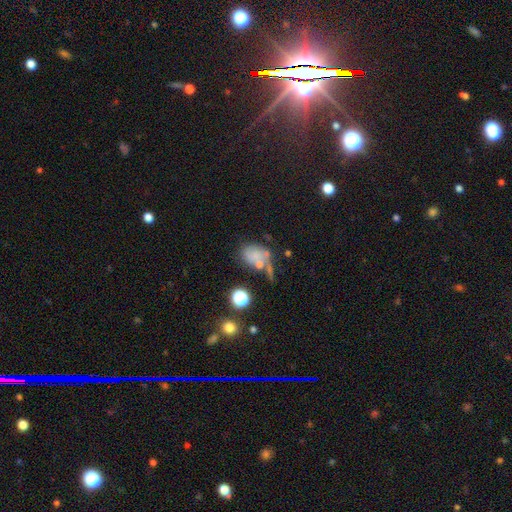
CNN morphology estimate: type=smooth (56%); roundness=in between (67%); merging=none (32%).